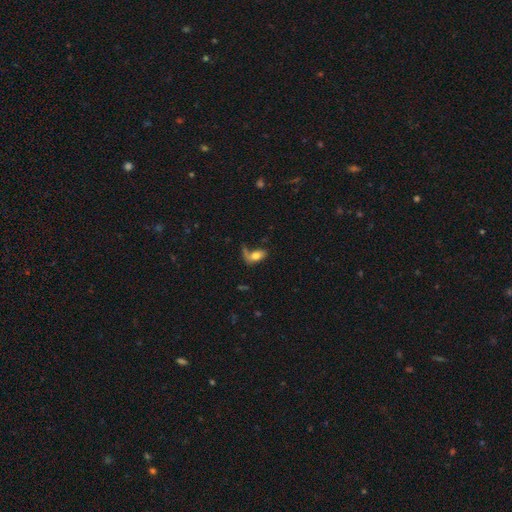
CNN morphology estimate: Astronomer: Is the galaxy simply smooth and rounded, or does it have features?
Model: smooth — 63%.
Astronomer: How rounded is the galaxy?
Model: in between — 84%.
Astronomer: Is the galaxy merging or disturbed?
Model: none — 36% (runner-up: major disturbance, 34%).